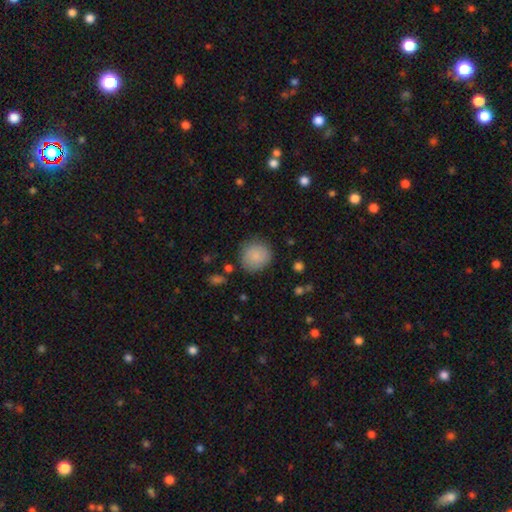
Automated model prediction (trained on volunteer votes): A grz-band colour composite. It shows a smooth galaxy with no disk features (87%) that is round (89%). Merging: none (82%).